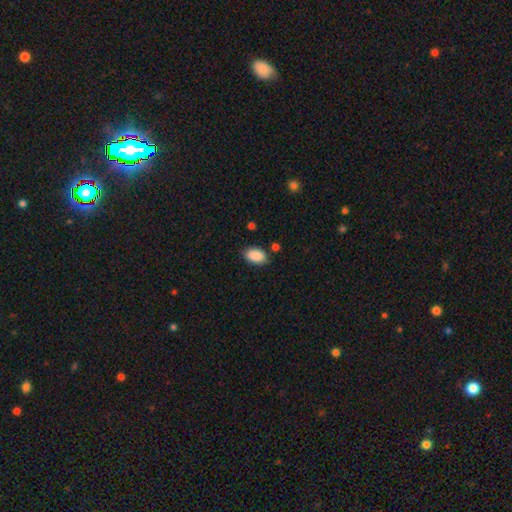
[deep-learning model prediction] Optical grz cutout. It shows a smooth galaxy with no disk features (89%) that is in between round and cigar-shaped (91%). Merging: none (80%).